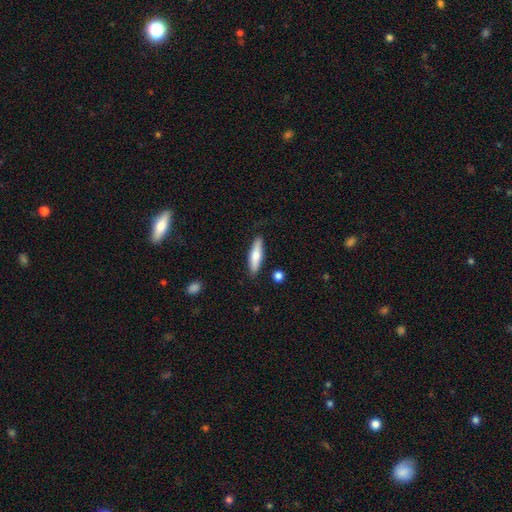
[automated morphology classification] smooth 70%, featured or disk 24%, star or artifact 6%. Down the decision tree: how rounded — cigar-shaped (72%); merging — none (84%).